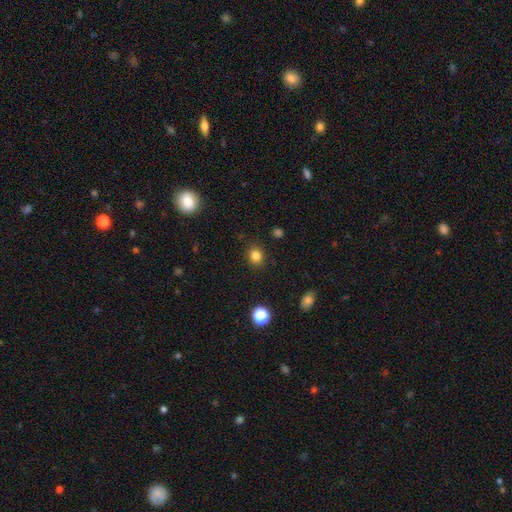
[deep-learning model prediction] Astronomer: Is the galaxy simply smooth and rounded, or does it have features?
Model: smooth — 83%.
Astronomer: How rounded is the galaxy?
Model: round — 68%.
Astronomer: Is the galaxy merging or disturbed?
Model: none — 88%.